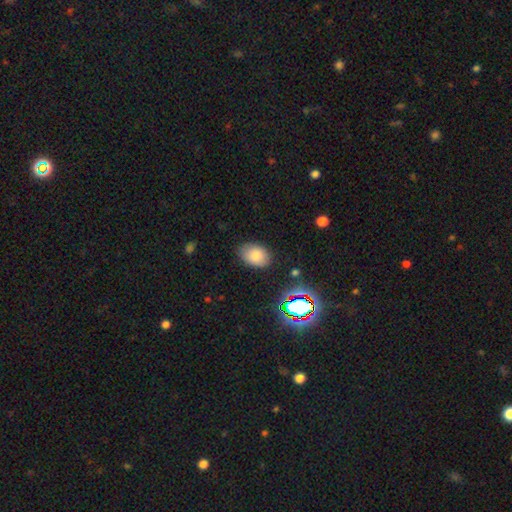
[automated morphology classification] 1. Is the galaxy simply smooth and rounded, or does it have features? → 81% smooth, 11% star or artifact, 8% featured or disk.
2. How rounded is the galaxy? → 84% in between, 15% round, 1% cigar-shaped.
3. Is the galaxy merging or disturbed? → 81% none, 14% minor disturbance, 3% major disturbance, 1% merger.